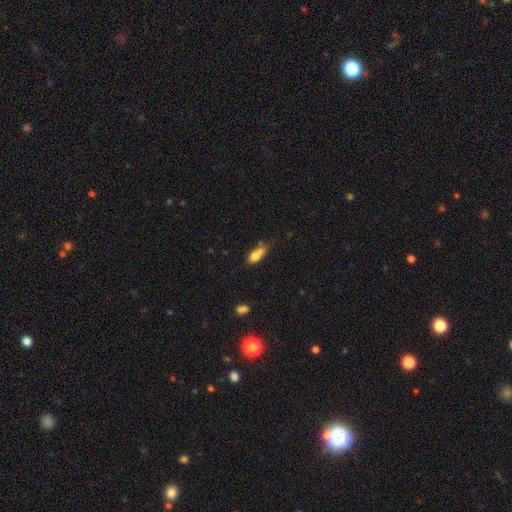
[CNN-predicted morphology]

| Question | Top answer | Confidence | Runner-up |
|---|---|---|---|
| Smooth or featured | smooth | 74% | featured or disk (17%) |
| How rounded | in between | 75% | cigar-shaped (18%) |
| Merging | none | 36% | minor disturbance (27%) |